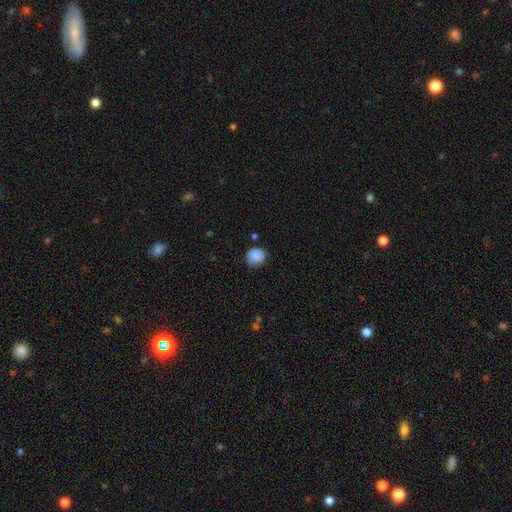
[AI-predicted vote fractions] This is clearly a smooth galaxy (86%). How rounded: clearly round (86%). Merging: likely none (77%).